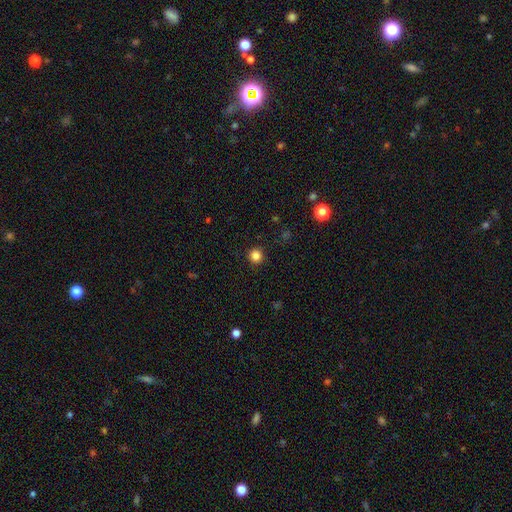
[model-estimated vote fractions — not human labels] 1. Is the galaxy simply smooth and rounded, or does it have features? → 84% smooth, 12% star or artifact, 4% featured or disk.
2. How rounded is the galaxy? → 93% round, 6% in between, 1% cigar-shaped.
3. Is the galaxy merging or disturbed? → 92% none, 5% minor disturbance, 2% major disturbance, 1% merger.